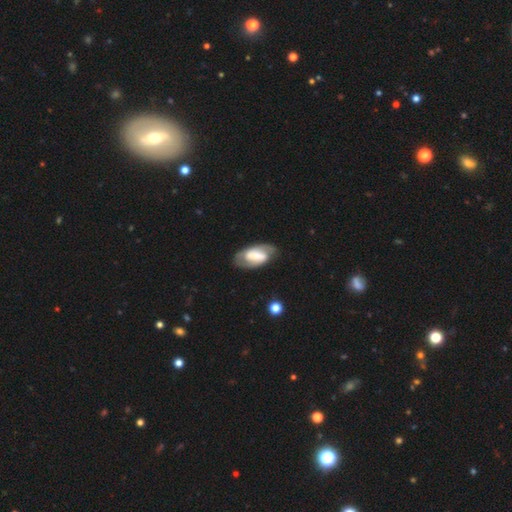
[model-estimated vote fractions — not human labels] Smooth or featured?
  - featured or disk: 71% *
  - smooth: 24%
  - star or artifact: 5%
Edge-on disk?
  - no: 94% *
  - yes: 6%
Bar?
  - strong: 52% *
  - weak: 34%
  - no: 14%
Spiral arms?
  - yes: 77% *
  - no: 23%
Spiral winding?
  - medium: 43% *
  - tight: 37%
  - loose: 20%
Spiral arm count?
  - 2: 80% *
  - can't tell: 13%
  - 1: 4%
  - 3: 1%
  - 4: 1%
  - more than 4: 1%
Bulge size?
  - moderate: 40% *
  - small: 38%
  - large: 14%
  - none: 6%
  - dominant: 2%
Merging?
  - none: 77% *
  - minor disturbance: 15%
  - major disturbance: 6%
  - merger: 2%